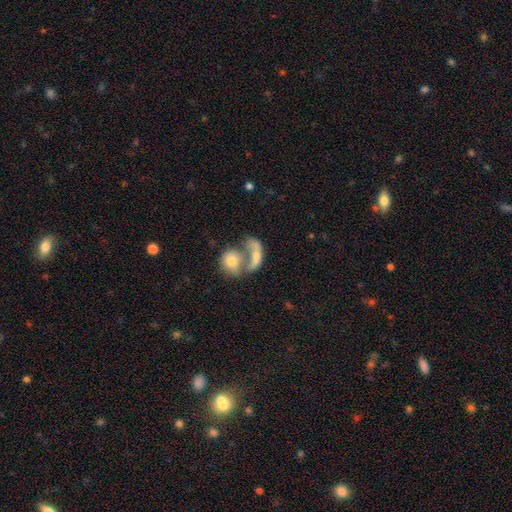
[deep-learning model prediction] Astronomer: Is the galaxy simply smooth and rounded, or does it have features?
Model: smooth — 59%.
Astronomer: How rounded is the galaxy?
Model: in between — 67%.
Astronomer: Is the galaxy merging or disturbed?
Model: merger — 69%.